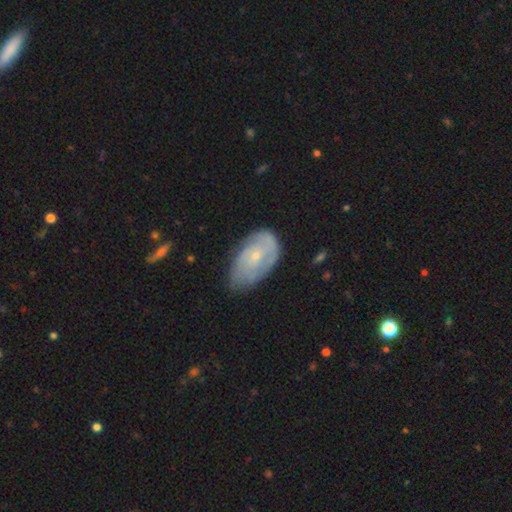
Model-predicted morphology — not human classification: A featured or disk galaxy (65%) with no bar (74%), tight (59%) spiral arms (81%) and a small central bulge (73%).

Vote fractions:
- Smooth or featured? featured or disk: 65% / smooth: 29% / star or artifact: 6%
- Edge-on disk? no: 95% / yes: 5%
- Bar? no: 74% / weak: 22% / strong: 3%
- Spiral arms? yes: 81% / no: 19%
- Spiral winding? tight: 59% / medium: 30% / loose: 11%
- Spiral arm count? can't tell: 45% / 2: 31% / 3: 11% / 1: 7% / 4: 4% / more than 4: 3%
- Bulge size? small: 73% / moderate: 23% / none: 2% / large: 1% / dominant: 1%
- Merging? none: 58% / minor disturbance: 31% / major disturbance: 9% / merger: 2%